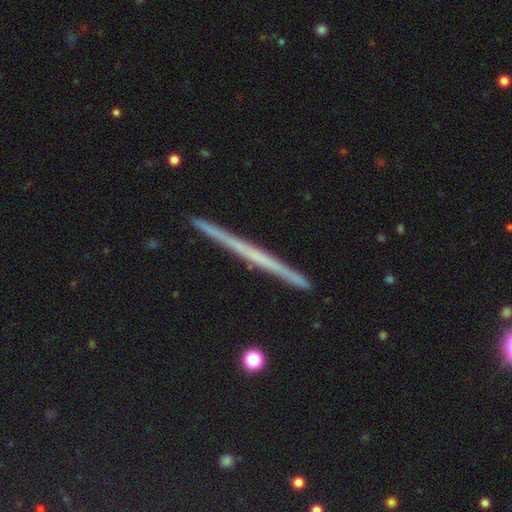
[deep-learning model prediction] smooth_or_featured: featured or disk (p=0.61) [alt: smooth p=0.27]
disk_edge_on: yes (p=0.98) [alt: no p=0.02]
edge_on_bulge: none (p=0.84) [alt: rounded p=0.11]
merging: none (p=0.92) [alt: minor disturbance p=0.05]